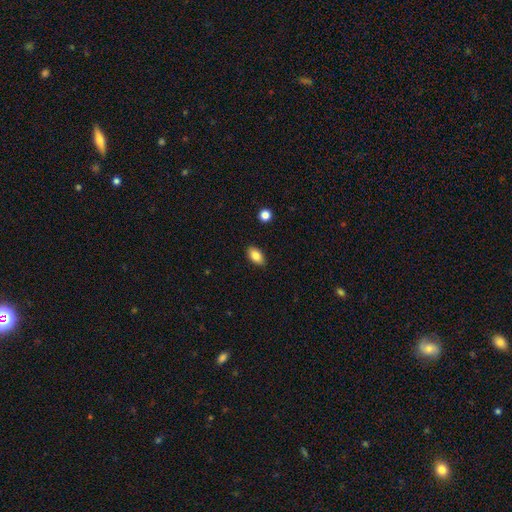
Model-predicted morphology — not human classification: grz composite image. It shows a smooth galaxy with no disk features (84%) that is in between round and cigar-shaped (92%). Merging: none (87%).